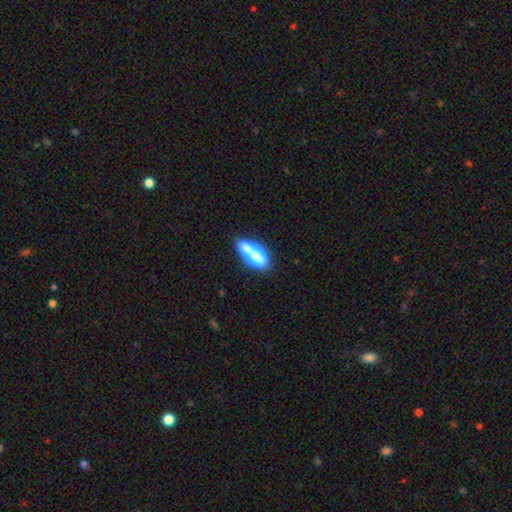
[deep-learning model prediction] A smooth galaxy with no disk features (65%) that is in between round and cigar-shaped (59%).

Vote fractions:
- Smooth or featured? smooth: 65% / featured or disk: 28% / star or artifact: 8%
- How rounded? in between: 59% / cigar-shaped: 37% / round: 4%
- Merging? none: 40% / merger: 33% / minor disturbance: 18% / major disturbance: 8%